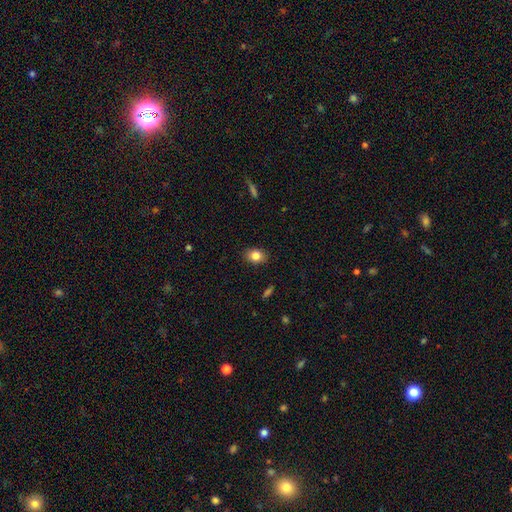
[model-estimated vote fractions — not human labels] smooth 82%, star or artifact 10%, featured or disk 9%. Down the decision tree: how rounded — in between (65%); merging — none (87%).